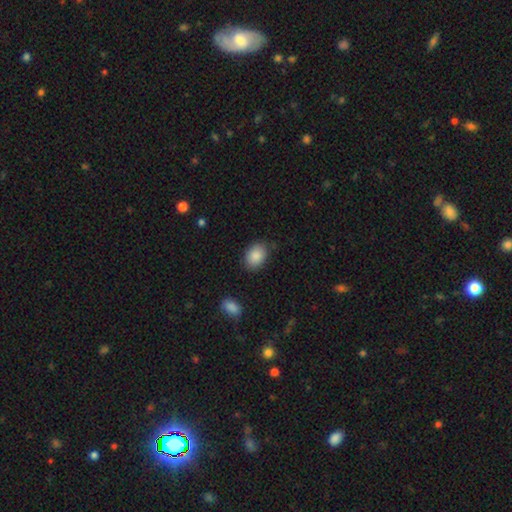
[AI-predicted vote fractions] Smooth or featured? smooth (88%)
How rounded? in between (77%)
Merging? none (81%)